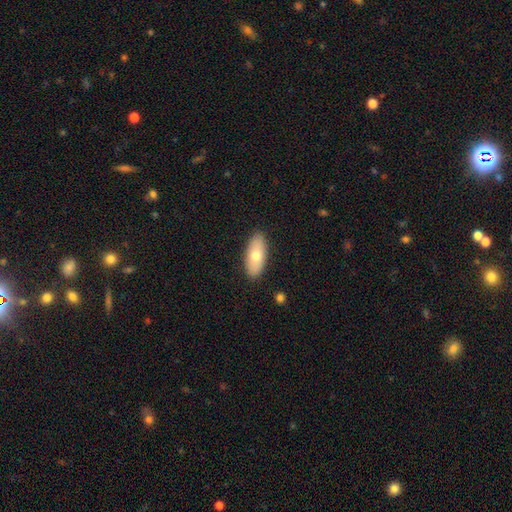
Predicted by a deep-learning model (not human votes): Smooth or featured? Predicted: smooth (p=0.69). How rounded? Predicted: in between (p=0.86). Merging? Predicted: none (p=0.88).